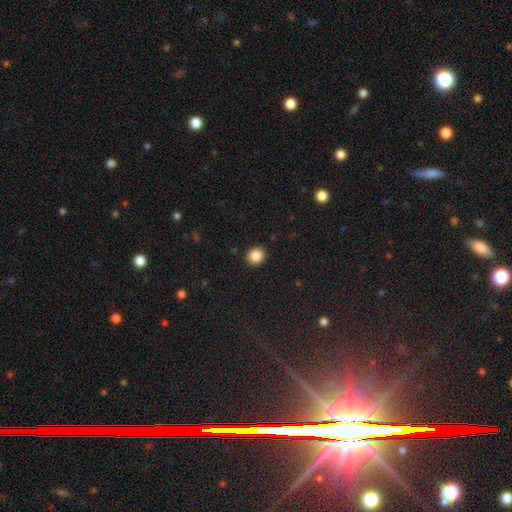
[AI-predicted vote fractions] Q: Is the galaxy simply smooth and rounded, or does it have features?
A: smooth — 86%.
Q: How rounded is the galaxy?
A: round — 69%.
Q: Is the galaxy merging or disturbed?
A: none — 91%.